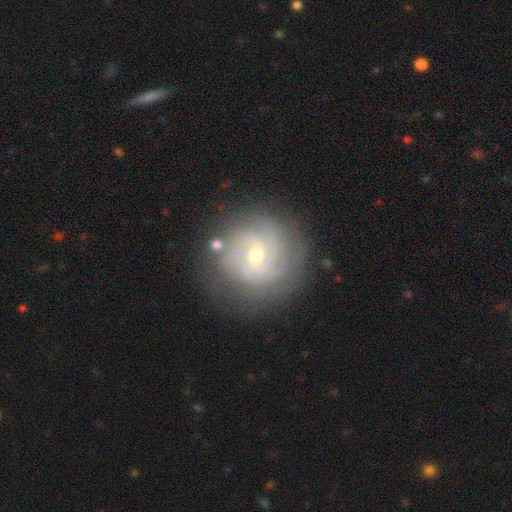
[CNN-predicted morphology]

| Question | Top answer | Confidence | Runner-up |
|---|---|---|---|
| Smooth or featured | featured or disk | 77% | smooth (15%) |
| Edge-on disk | no | 97% | yes (3%) |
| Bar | no | 49% | weak (43%) |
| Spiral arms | yes | 92% | no (8%) |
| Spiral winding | tight | 69% | medium (24%) |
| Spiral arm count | can't tell | 36% | 3 (21%) |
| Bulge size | small | 50% | moderate (46%) |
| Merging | none | 80% | minor disturbance (13%) |